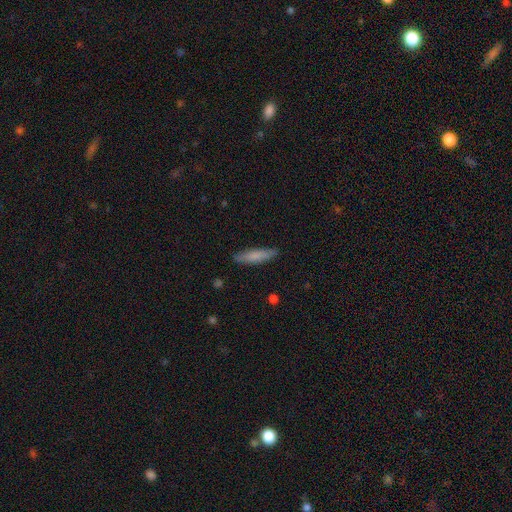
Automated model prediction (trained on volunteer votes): smooth 79%, featured or disk 16%, star or artifact 6%. Down the decision tree: how rounded — cigar-shaped (79%); merging — none (87%).